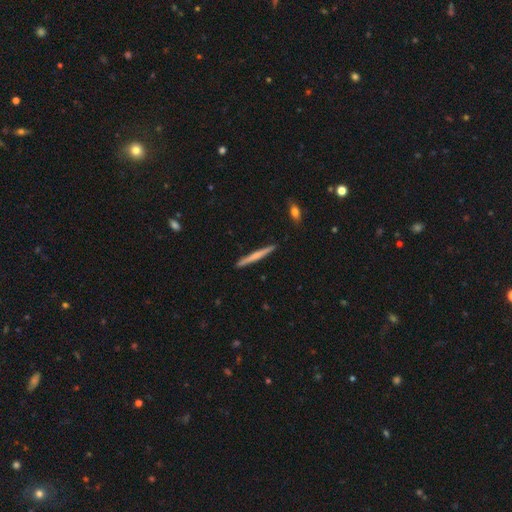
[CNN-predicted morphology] Q: Smooth or featured?
A: smooth (50%); runner-up: featured or disk (45%)
Q: Merging?
A: none (92%); runner-up: minor disturbance (6%)